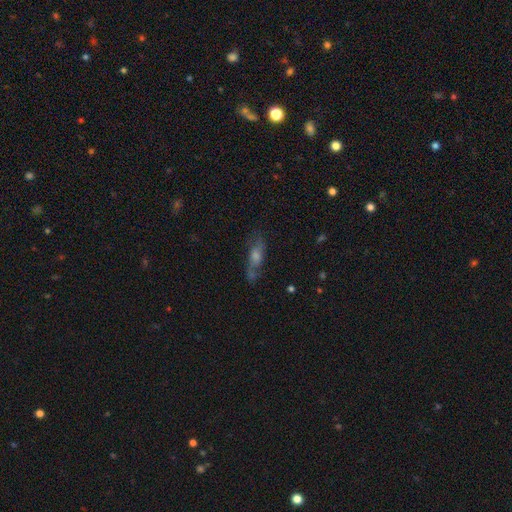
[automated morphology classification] Smooth or featured: featured or disk — 46% (smooth — 39%)
Merging: none — 62% (minor disturbance — 20%)